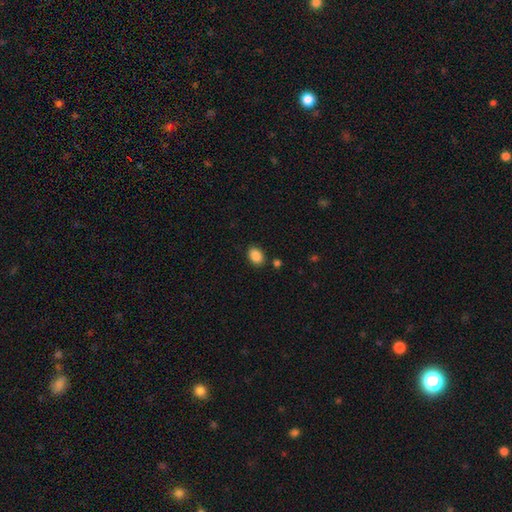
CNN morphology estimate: A smooth galaxy with no disk features (88%) that is in between round and cigar-shaped (77%). Merging: none (84%).